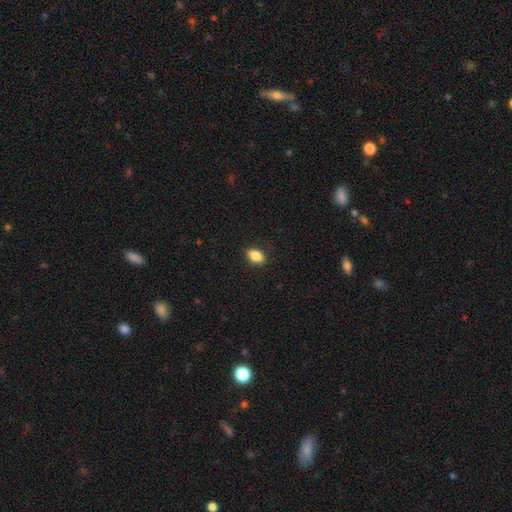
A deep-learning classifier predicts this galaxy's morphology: Smooth or featured?
  - smooth: 87% *
  - star or artifact: 8%
  - featured or disk: 5%
How rounded?
  - in between: 88% *
  - round: 9%
  - cigar-shaped: 3%
Merging?
  - none: 88% *
  - minor disturbance: 9%
  - major disturbance: 2%
  - merger: 1%